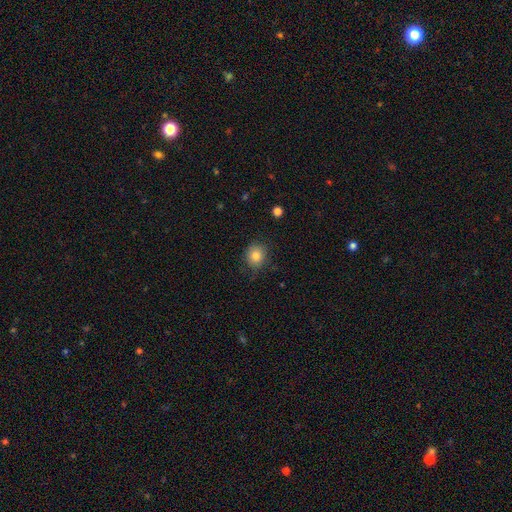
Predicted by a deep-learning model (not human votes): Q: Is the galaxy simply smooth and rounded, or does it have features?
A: smooth — 83%.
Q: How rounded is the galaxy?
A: round — 76%.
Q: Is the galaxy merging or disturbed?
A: none — 81%.